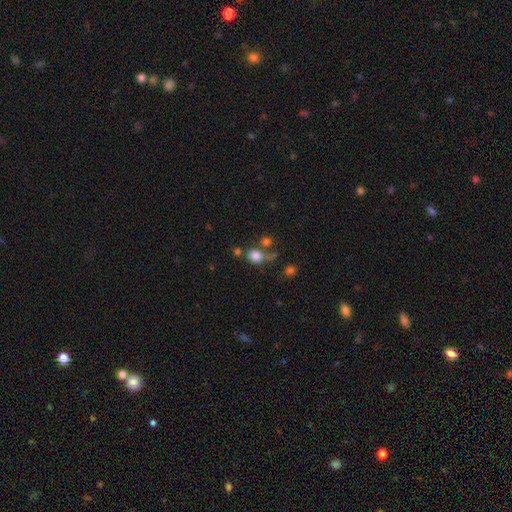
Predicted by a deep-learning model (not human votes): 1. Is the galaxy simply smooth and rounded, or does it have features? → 80% smooth, 13% star or artifact, 7% featured or disk.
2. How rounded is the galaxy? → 74% round, 25% in between, 1% cigar-shaped.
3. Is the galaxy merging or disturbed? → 58% none, 21% merger, 13% minor disturbance, 7% major disturbance.